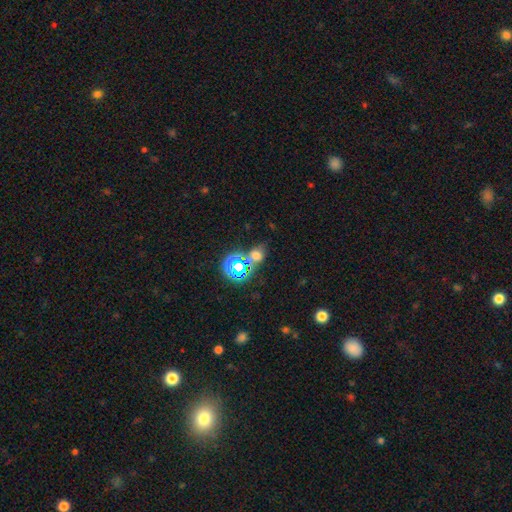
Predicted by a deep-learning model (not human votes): The model was most divided on "smooth or featured": smooth: 47%, star or artifact: 43%, featured or disk: 9%. More confident: merging — none (61%).